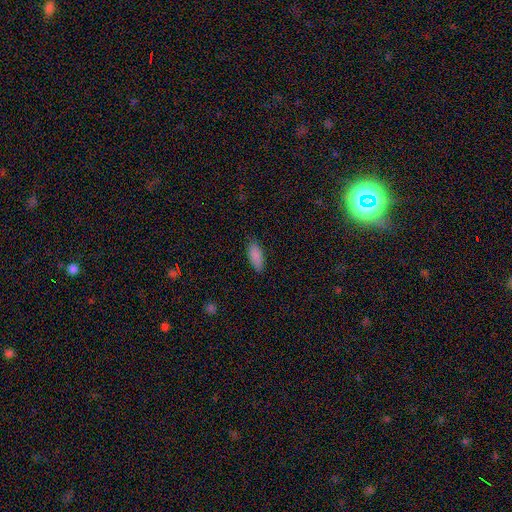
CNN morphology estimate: This appears to be a smooth galaxy with no disk features (88%) that is in between round and cigar-shaped (81%). Merging: none (84%).